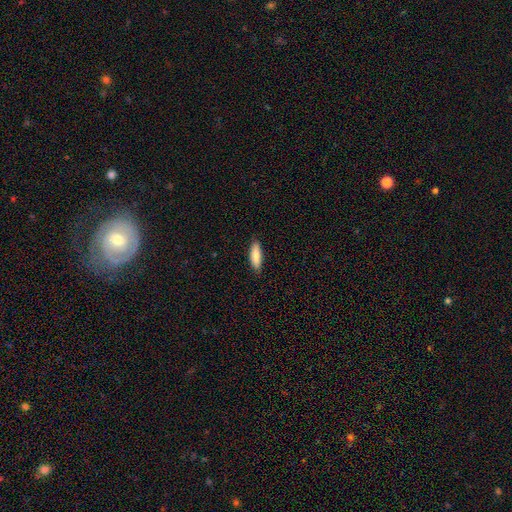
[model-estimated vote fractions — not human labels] This is clearly a smooth galaxy (84%). How rounded: possibly cigar-shaped (54%). Merging: clearly none (88%).